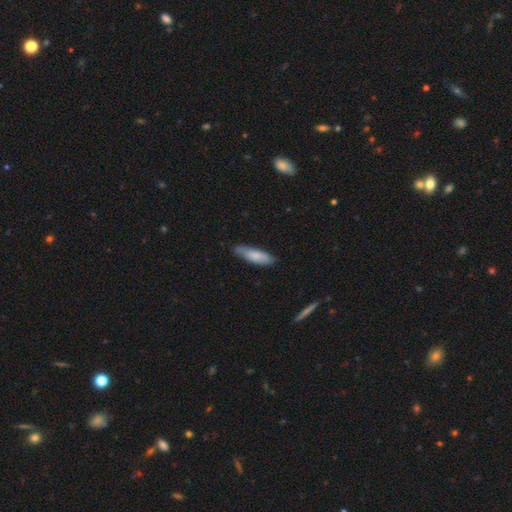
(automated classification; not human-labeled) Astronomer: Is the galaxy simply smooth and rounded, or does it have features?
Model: smooth — 75%.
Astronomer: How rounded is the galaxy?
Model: cigar-shaped — 58% (runner-up: in between, 41%).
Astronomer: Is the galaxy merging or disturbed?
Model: none — 74%.